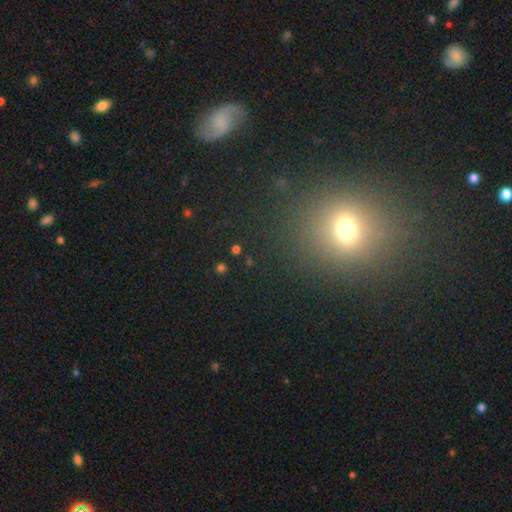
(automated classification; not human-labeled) Overall: smooth (47%; star or artifact 40%). Merging: none (85%).